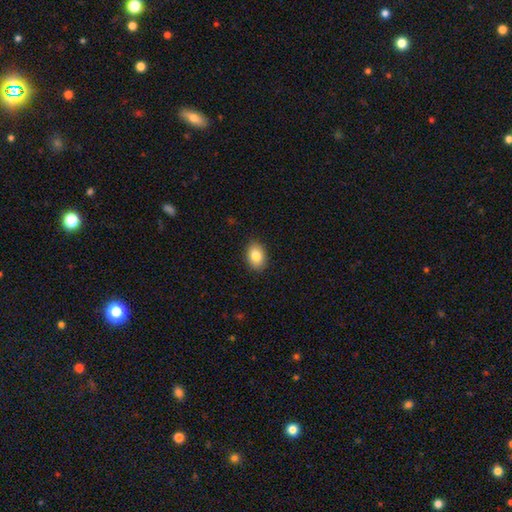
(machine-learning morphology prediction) smooth_or_featured: smooth (p=0.83) [alt: featured or disk p=0.09]
how_rounded: in between (p=0.74) [alt: round p=0.25]
merging: none (p=0.89) [alt: minor disturbance p=0.08]